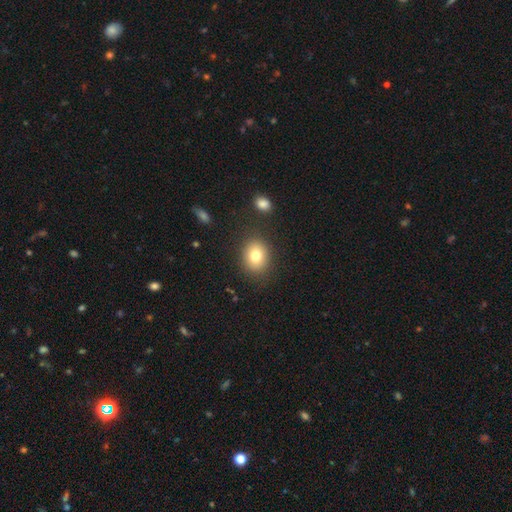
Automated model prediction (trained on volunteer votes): smooth-or-featured: smooth: 79% | featured or disk: 11% | star or artifact: 10%
  how-rounded: round: 54% | in between: 45% | cigar-shaped: 1%
  merging: none: 84% | minor disturbance: 10% | major disturbance: 3% | merger: 3%